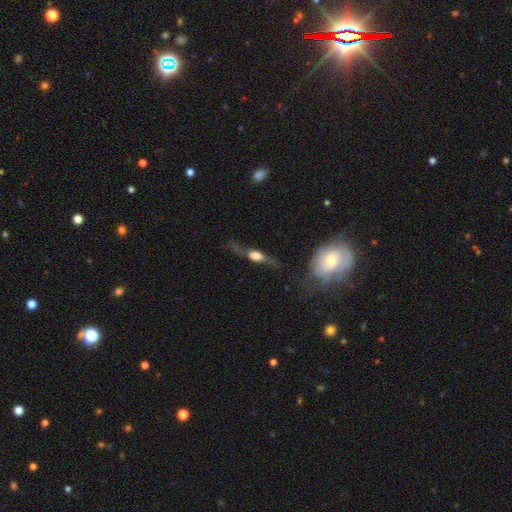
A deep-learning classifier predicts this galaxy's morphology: Smooth or featured: featured or disk — 67% (smooth — 24%)
Edge-on disk: yes — 82% (no — 18%)
Edge-on bulge: rounded — 83% (boxy — 14%)
Merging: none — 61% (minor disturbance — 19%)